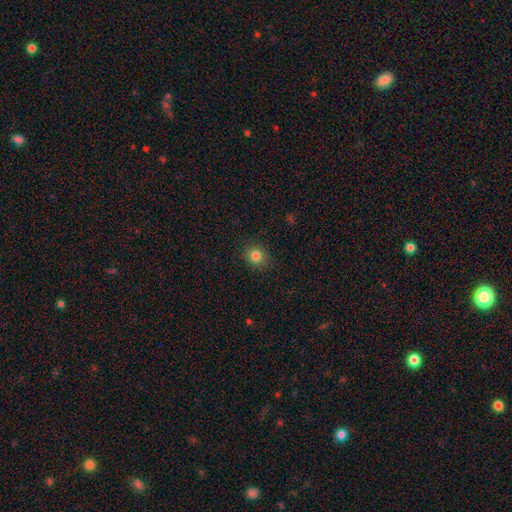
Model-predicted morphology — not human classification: Smooth or featured: smooth — 82% (star or artifact — 12%)
How rounded: round — 80% (in between — 20%)
Merging: none — 89% (minor disturbance — 8%)